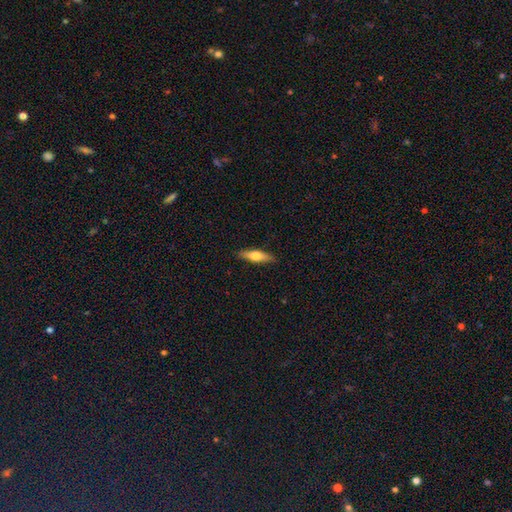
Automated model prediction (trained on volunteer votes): smooth-or-featured: smooth: 57% | featured or disk: 38% | star or artifact: 6%
  how-rounded: cigar-shaped: 67% | in between: 31% | round: 2%
  merging: none: 89% | minor disturbance: 8% | major disturbance: 2% | merger: 1%